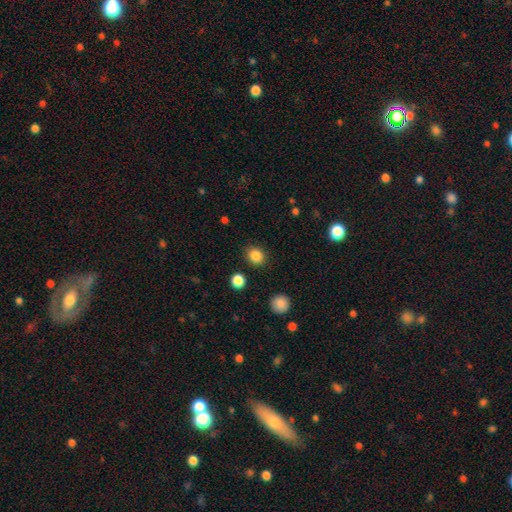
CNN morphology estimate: smooth_or_featured: smooth (p=0.85) [alt: star or artifact p=0.11]
how_rounded: round (p=0.75) [alt: in between p=0.24]
merging: none (p=0.87) [alt: minor disturbance p=0.08]